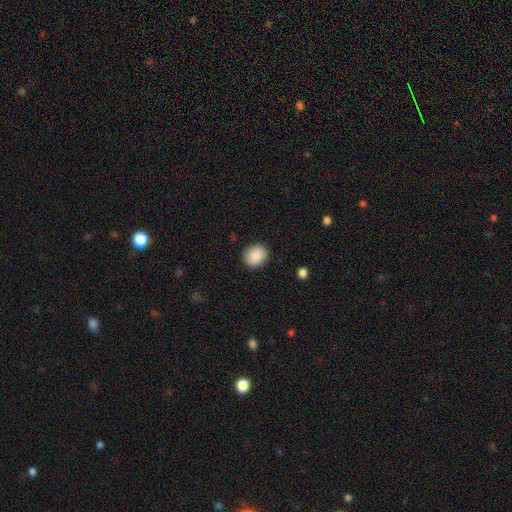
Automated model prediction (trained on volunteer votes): A smooth galaxy with no disk features (90%) that is round (69%). Merging: none (88%).